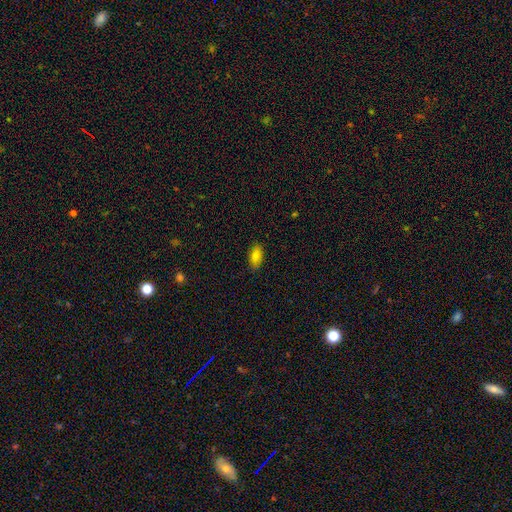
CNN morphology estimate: type=smooth (80%); roundness=in between (89%); merging=none (86%).